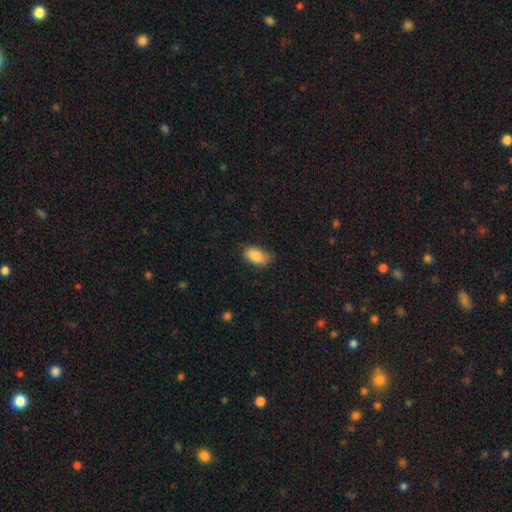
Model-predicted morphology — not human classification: Overall: smooth (86%). How rounded: in between (92%). Merging: none (73%).